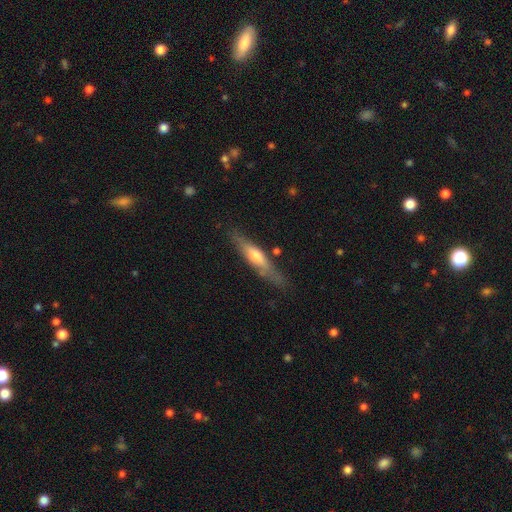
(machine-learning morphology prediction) Overall: featured or disk (51%; smooth 42%). Edge-on disk: yes (84%). Merging: none (78%).